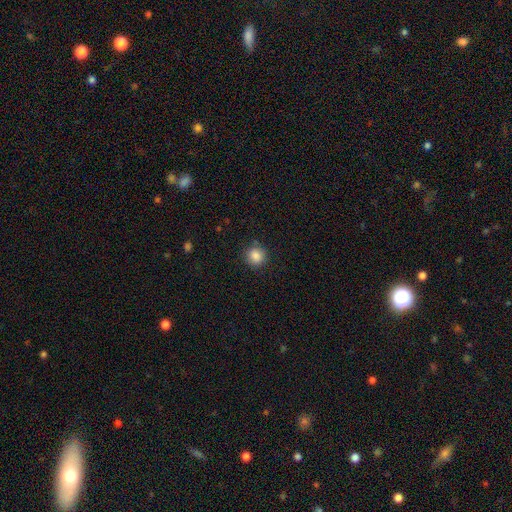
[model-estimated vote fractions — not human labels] A smooth galaxy with no disk features (86%) that is round (90%). Merging: none (86%).